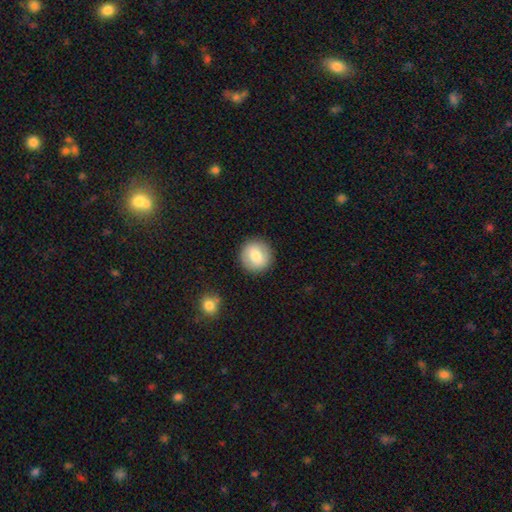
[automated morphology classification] Smooth or featured? Predicted: smooth (p=0.77). How rounded? Predicted: round (p=0.94). Merging? Predicted: none (p=0.91).